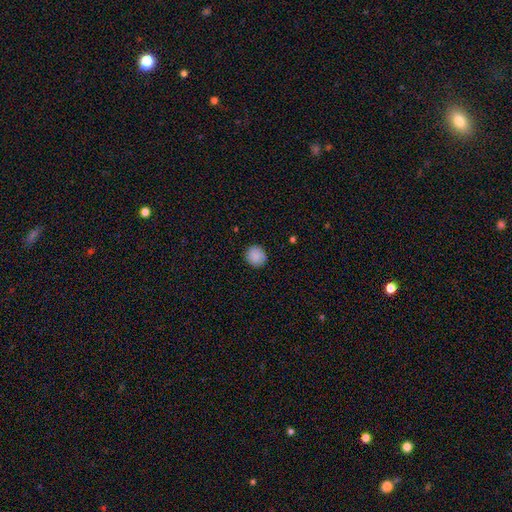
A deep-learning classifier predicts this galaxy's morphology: A smooth galaxy with no disk features (88%) that is round (89%). Merging: none (89%).